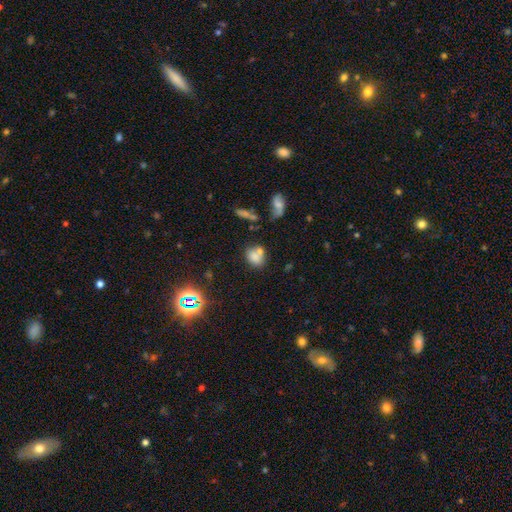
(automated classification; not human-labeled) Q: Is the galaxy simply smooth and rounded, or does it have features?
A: smooth — 73%.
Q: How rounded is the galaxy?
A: in between — 50%.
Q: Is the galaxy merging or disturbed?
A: none — 47%.